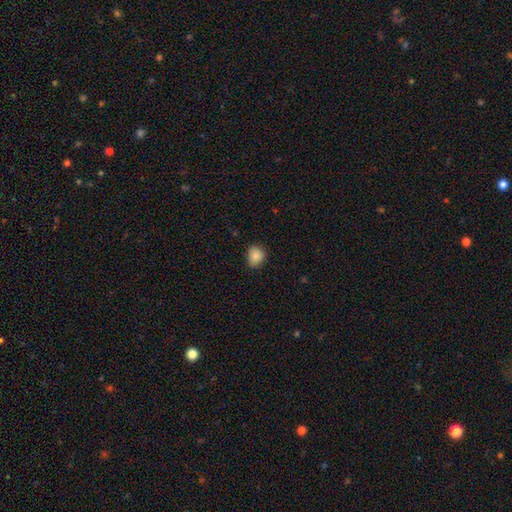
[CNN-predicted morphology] Smooth or featured?
  - smooth: 86% *
  - star or artifact: 9%
  - featured or disk: 5%
How rounded?
  - round: 58% *
  - in between: 41%
  - cigar-shaped: 1%
Merging?
  - none: 76% *
  - minor disturbance: 20%
  - major disturbance: 3%
  - merger: 1%